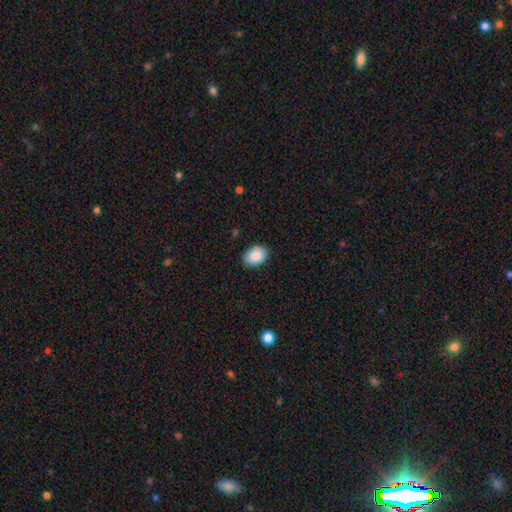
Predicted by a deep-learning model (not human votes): smooth 86%, star or artifact 7%, featured or disk 6%. Down the decision tree: how rounded — in between (76%); merging — none (83%).